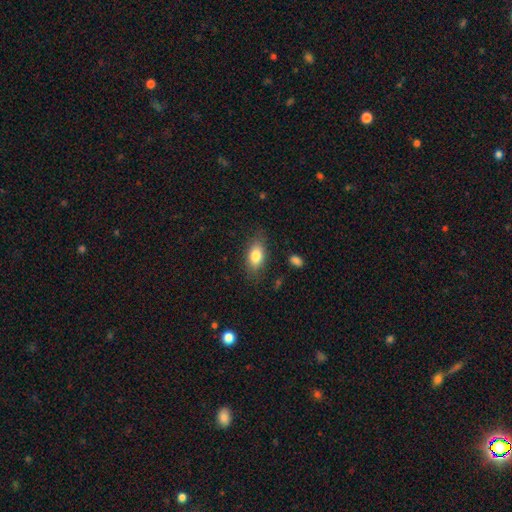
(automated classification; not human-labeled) Overall: smooth (80%). How rounded: in between (86%). Merging: none (79%).